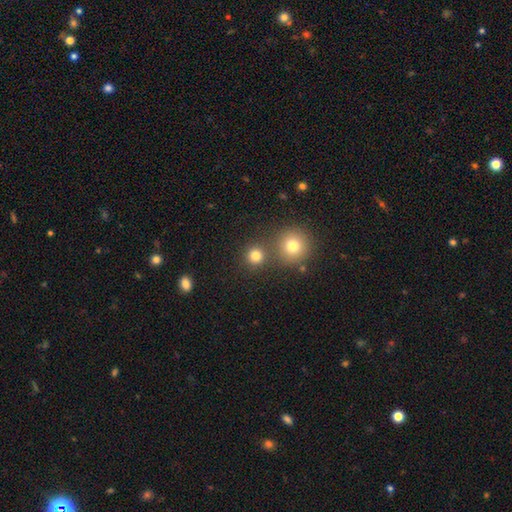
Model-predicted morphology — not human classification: smooth 79%, star or artifact 15%, featured or disk 6%. Down the decision tree: how rounded — round (92%); merging — none (77%).